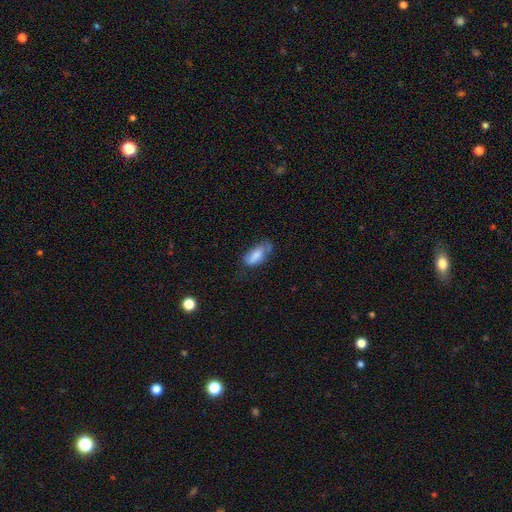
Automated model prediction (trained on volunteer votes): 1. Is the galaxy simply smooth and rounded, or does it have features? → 77% smooth, 15% featured or disk, 8% star or artifact.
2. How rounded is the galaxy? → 85% in between, 12% cigar-shaped, 3% round.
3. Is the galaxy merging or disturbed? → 43% none, 36% minor disturbance, 15% major disturbance, 6% merger.